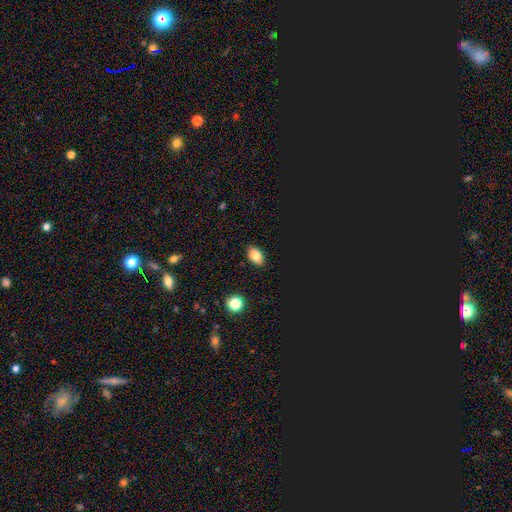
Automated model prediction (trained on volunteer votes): smooth 77%, star or artifact 13%, featured or disk 10%. Down the decision tree: how rounded — in between (89%); merging — none (88%).